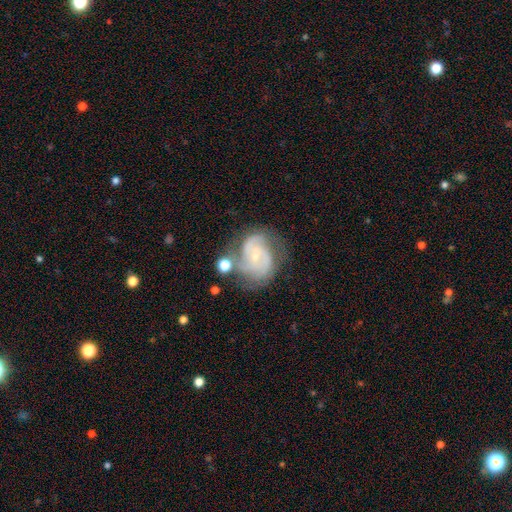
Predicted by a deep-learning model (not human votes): The model was most divided on "spiral winding": tight: 45%, medium: 43%, loose: 13%. Remaining: edge-on disk — no (98%); spiral arms — yes (94%); smooth or featured — featured or disk (81%); bulge size — small (78%); bar — no (62%); merging — none (54%); spiral arm count — 2 (43%).